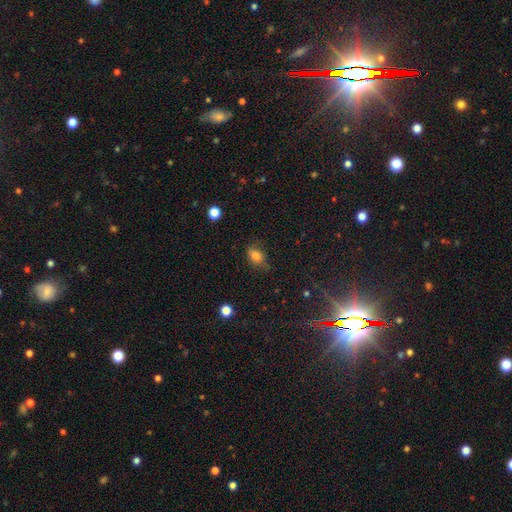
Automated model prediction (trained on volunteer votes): This is clearly a smooth galaxy (81%). How rounded: likely in between (71%). Merging: likely none (61%).